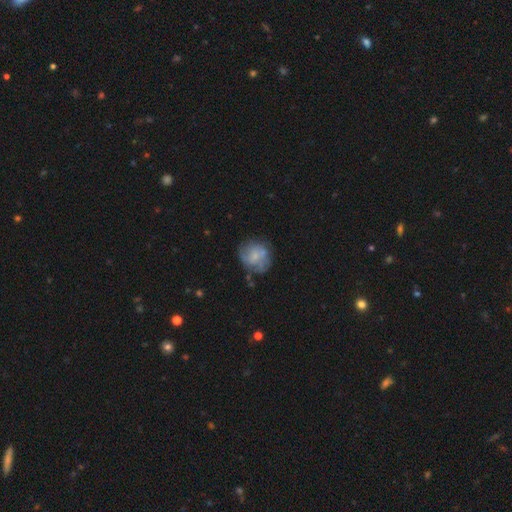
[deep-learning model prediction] A smooth galaxy with no disk features (48%).

Vote fractions:
- Smooth or featured? smooth: 48% / featured or disk: 43% / star or artifact: 9%
- Merging? none: 58% / minor disturbance: 24% / major disturbance: 14% / merger: 5%